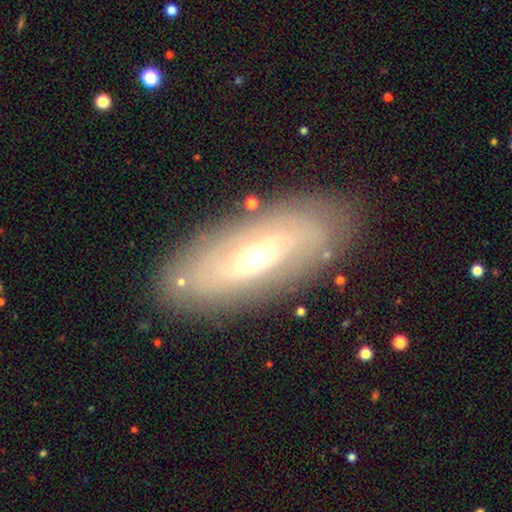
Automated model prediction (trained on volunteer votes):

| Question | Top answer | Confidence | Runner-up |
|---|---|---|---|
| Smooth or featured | featured or disk | 62% | smooth (31%) |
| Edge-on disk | no | 81% | yes (19%) |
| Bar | no | 71% | weak (22%) |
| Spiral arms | yes | 51% | no (49%) |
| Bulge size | moderate | 53% | small (40%) |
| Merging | none | 83% | minor disturbance (11%) |